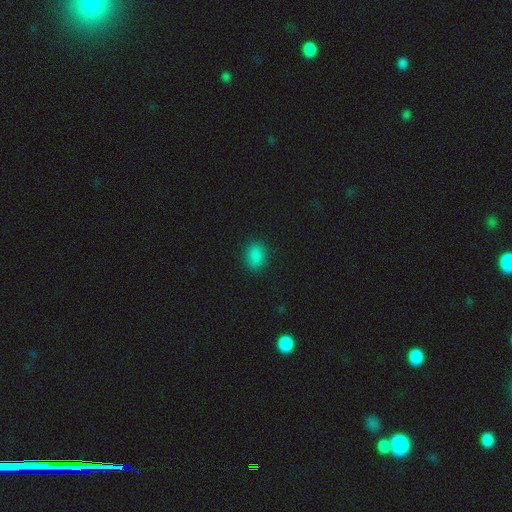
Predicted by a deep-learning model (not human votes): A smooth galaxy with no disk features (86%) that is in between round and cigar-shaped (76%). Merging: none (88%).